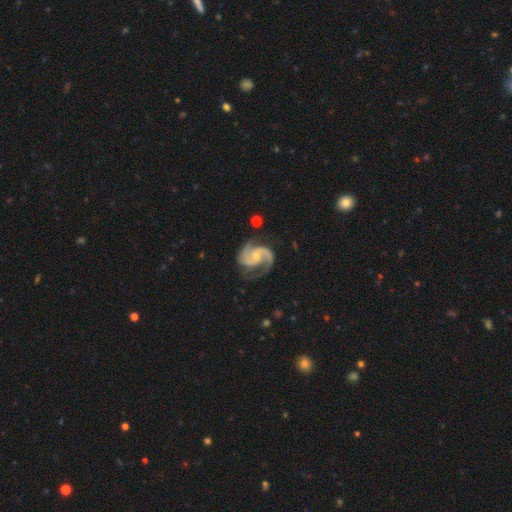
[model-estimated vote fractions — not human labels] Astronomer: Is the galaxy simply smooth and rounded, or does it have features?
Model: featured or disk — 93%.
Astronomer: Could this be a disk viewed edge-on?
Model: no — 98%.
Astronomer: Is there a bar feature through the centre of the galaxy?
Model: no — 54% (runner-up: weak, 36%).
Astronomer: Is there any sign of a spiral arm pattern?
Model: yes — 98%.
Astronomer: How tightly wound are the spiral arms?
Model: medium — 61%.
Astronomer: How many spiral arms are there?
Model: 2 — 89%.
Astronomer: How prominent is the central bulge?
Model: small — 61%.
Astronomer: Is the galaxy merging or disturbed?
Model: none — 70%.